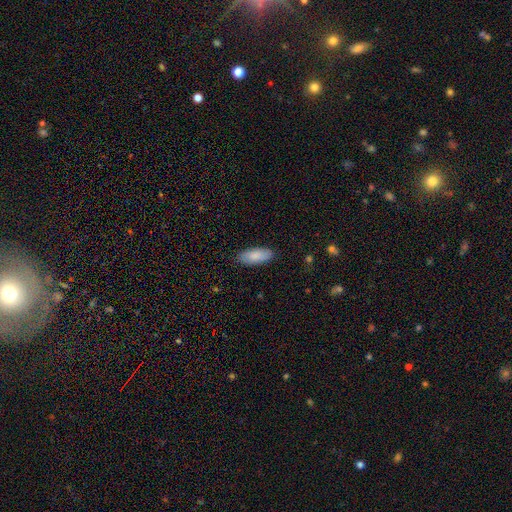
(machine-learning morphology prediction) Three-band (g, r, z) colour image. It shows a smooth galaxy with no disk features (87%) that is in between round and cigar-shaped (83%). Merging: none (88%).